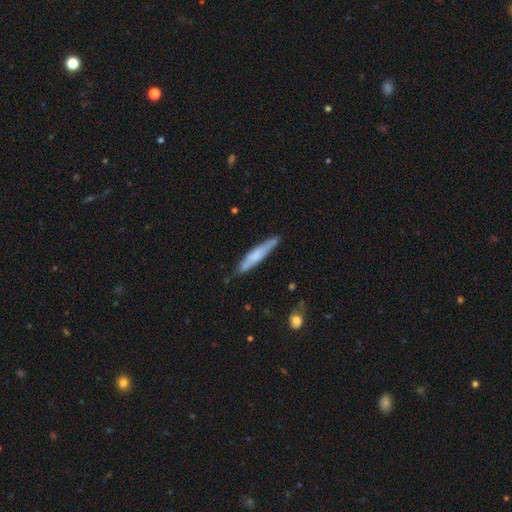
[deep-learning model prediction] Smooth or featured? smooth (59%)
How rounded? cigar-shaped (90%)
Merging? none (77%)